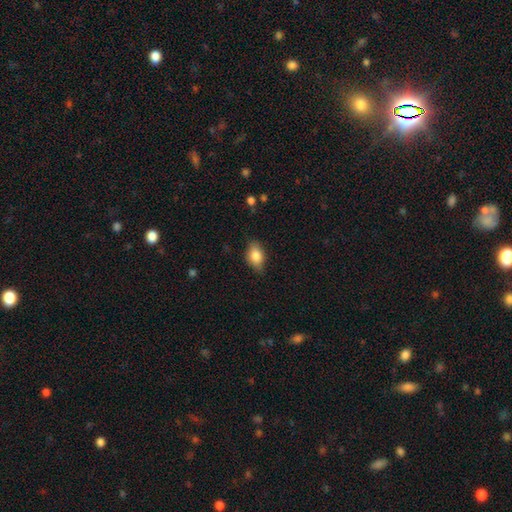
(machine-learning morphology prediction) Overall: smooth (86%). How rounded: in between (86%). Merging: none (79%).